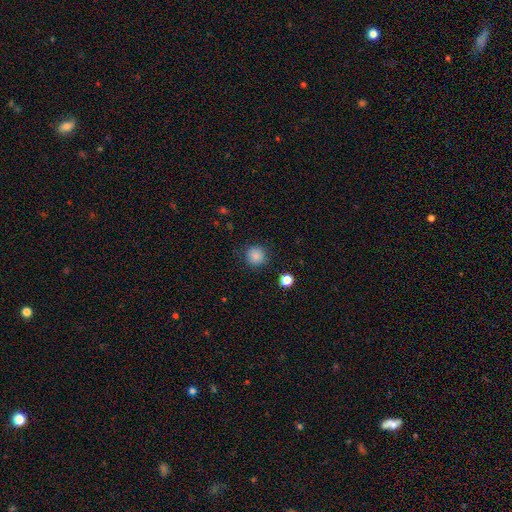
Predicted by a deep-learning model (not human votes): This appears to be a smooth galaxy with no disk features (84%) that is round (93%). Merging: none (86%).